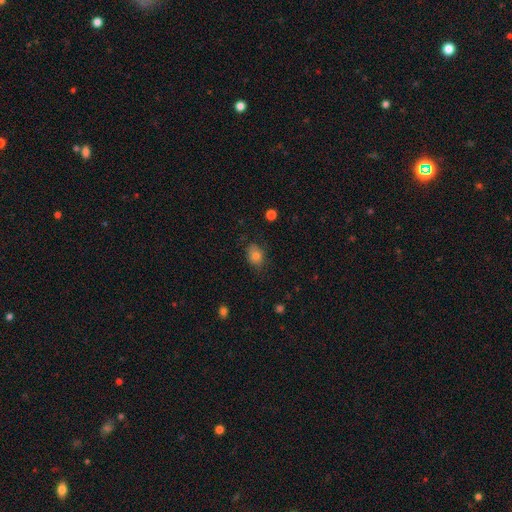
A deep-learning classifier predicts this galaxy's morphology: smooth_or_featured: smooth (p=0.79) [alt: star or artifact p=0.10]
how_rounded: in between (p=0.62) [alt: round p=0.37]
merging: none (p=0.72) [alt: minor disturbance p=0.22]